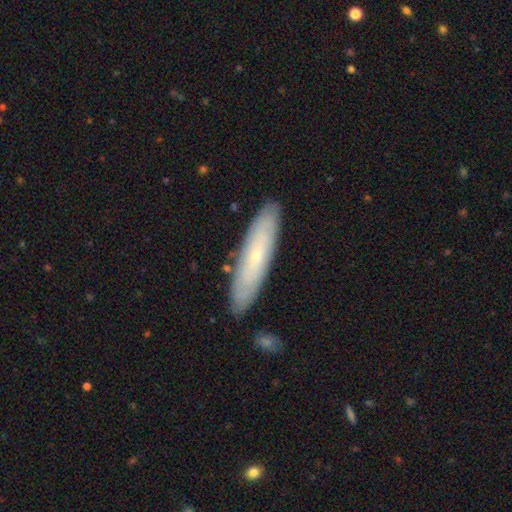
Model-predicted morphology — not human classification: This appears to be a smooth galaxy with no disk features (48%). Merging: none (86%).